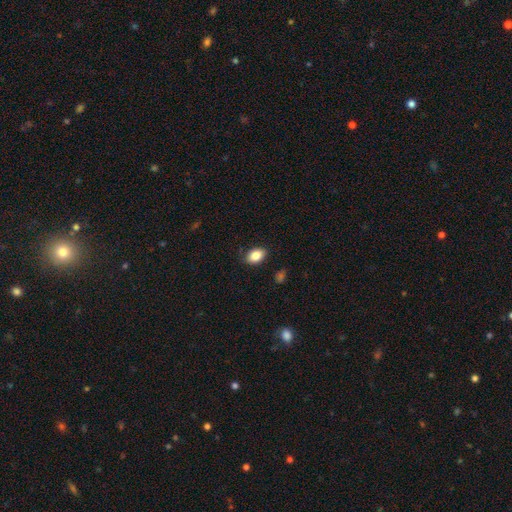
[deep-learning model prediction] Smooth or featured? Predicted: smooth (p=0.86). How rounded? Predicted: in between (p=0.86). Merging? Predicted: none (p=0.86).